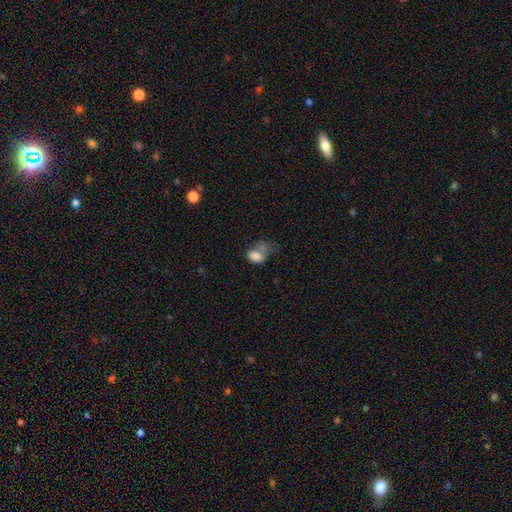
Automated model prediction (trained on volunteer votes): A smooth galaxy with no disk features (75%) that is in between round and cigar-shaped (80%).

Vote fractions:
- Smooth or featured? smooth: 75% / featured or disk: 14% / star or artifact: 11%
- How rounded? in between: 80% / round: 19% / cigar-shaped: 2%
- Merging? major disturbance: 36% / merger: 24% / minor disturbance: 21% / none: 19%